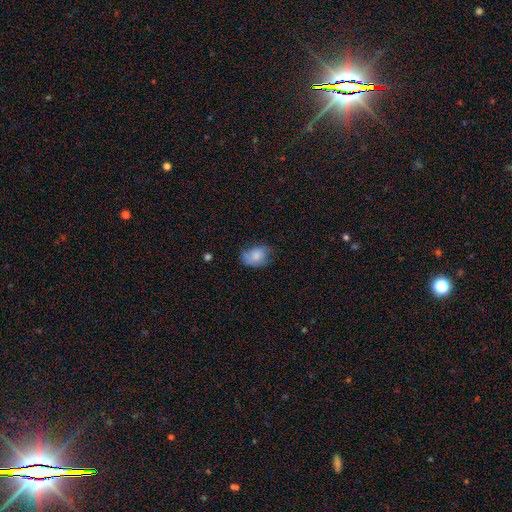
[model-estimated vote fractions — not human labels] This appears to be a smooth galaxy with no disk features (75%) that is in between round and cigar-shaped (75%). Merging: none (49%).